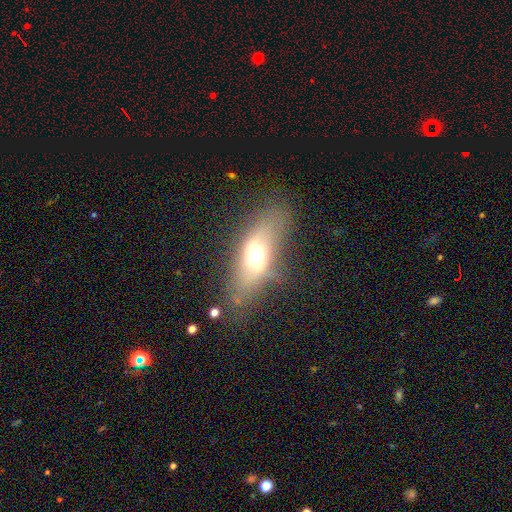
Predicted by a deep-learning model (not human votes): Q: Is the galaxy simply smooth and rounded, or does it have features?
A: smooth — 49%.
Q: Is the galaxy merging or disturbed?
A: none — 63%.